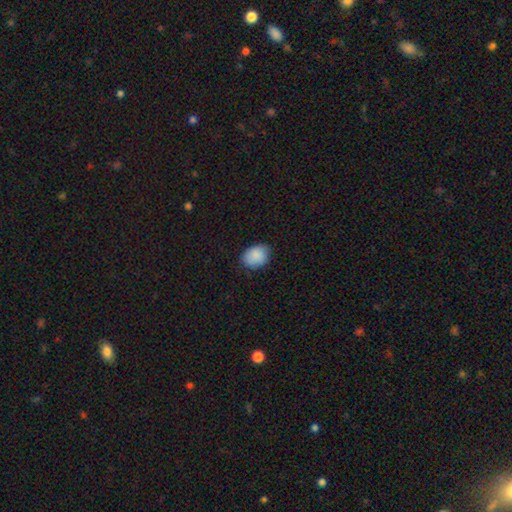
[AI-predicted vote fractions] A smooth galaxy with no disk features (88%) that is in between round and cigar-shaped (69%).

Vote fractions:
- Smooth or featured? smooth: 88% / star or artifact: 7% / featured or disk: 5%
- How rounded? in between: 69% / round: 30% / cigar-shaped: 1%
- Merging? none: 79% / minor disturbance: 17% / major disturbance: 3% / merger: 1%